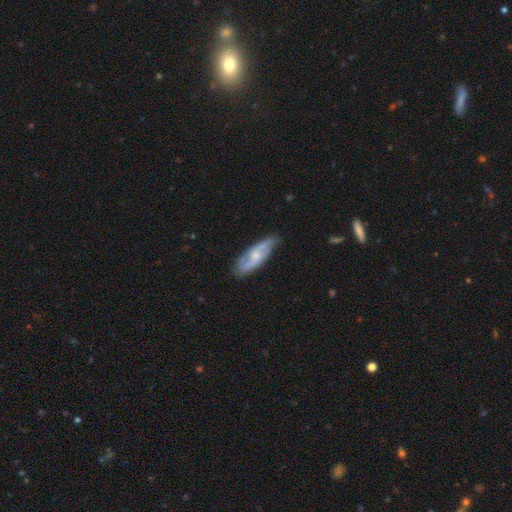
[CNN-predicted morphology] smooth-or-featured: featured or disk: 65% | smooth: 29% | star or artifact: 6%
  disk-edge-on: no: 80% | yes: 20%
    bar: no: 62% | weak: 33% | strong: 6%
    has-spiral-arms: yes: 86% | no: 14%
    bulge-size: small: 47% | moderate: 44% | none: 5% | large: 2% | dominant: 1%
  merging: none: 74% | minor disturbance: 20% | major disturbance: 4% | merger: 2%